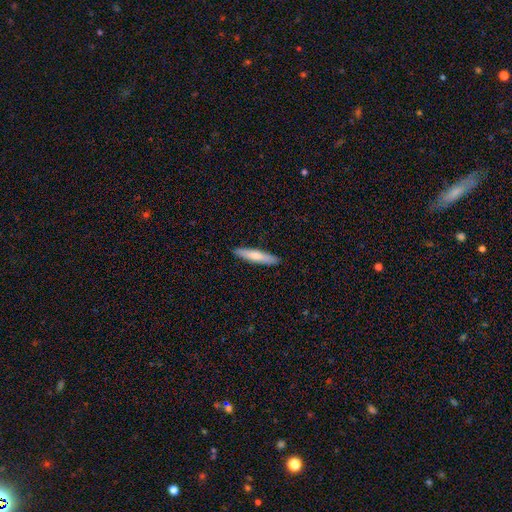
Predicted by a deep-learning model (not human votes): This is likely a smooth galaxy (68%). How rounded: clearly cigar-shaped (88%). Merging: clearly none (91%).